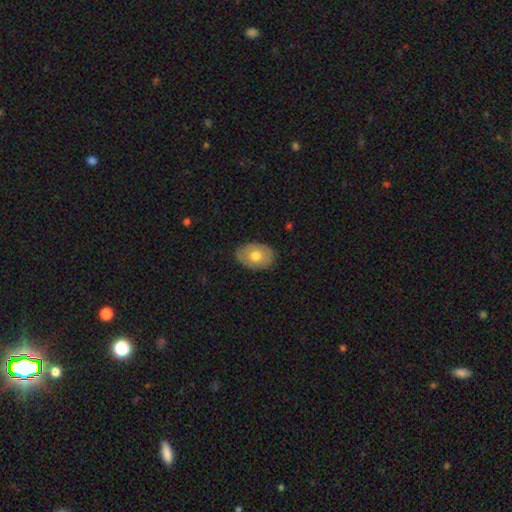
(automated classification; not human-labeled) Smooth or featured?
  - smooth: 67% *
  - featured or disk: 26%
  - star or artifact: 6%
How rounded?
  - in between: 81% *
  - round: 18%
  - cigar-shaped: 1%
Merging?
  - none: 84% *
  - minor disturbance: 13%
  - major disturbance: 3%
  - merger: 1%